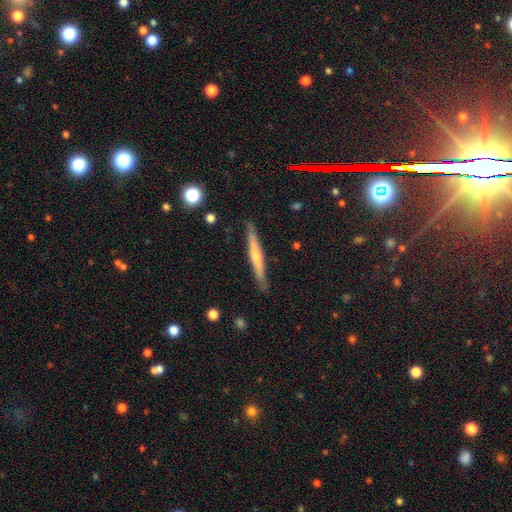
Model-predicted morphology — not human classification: Smooth or featured: featured or disk — 57% (smooth — 36%)
Edge-on disk: yes — 96% (no — 4%)
Edge-on bulge: rounded — 63% (none — 32%)
Merging: none — 89% (minor disturbance — 8%)